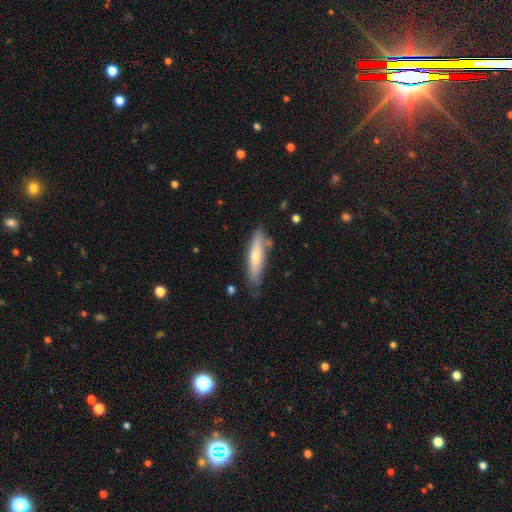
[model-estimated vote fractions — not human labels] Overall: smooth (55%; featured or disk 39%). How rounded: cigar-shaped (79%). Merging: none (76%).